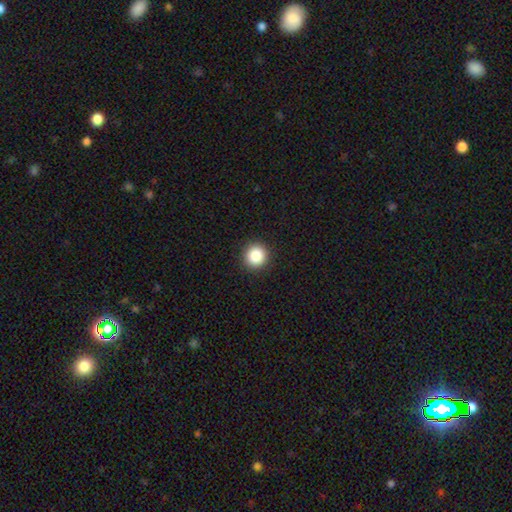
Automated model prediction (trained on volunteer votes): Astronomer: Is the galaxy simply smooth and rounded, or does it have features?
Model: smooth — 86%.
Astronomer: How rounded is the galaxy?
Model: round — 94%.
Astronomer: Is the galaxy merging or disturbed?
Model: none — 93%.